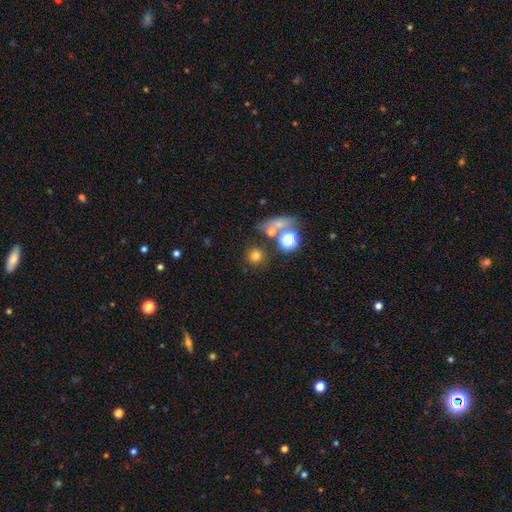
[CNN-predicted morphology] A smooth galaxy with no disk features (72%) that is round (92%). Merging: none (78%).